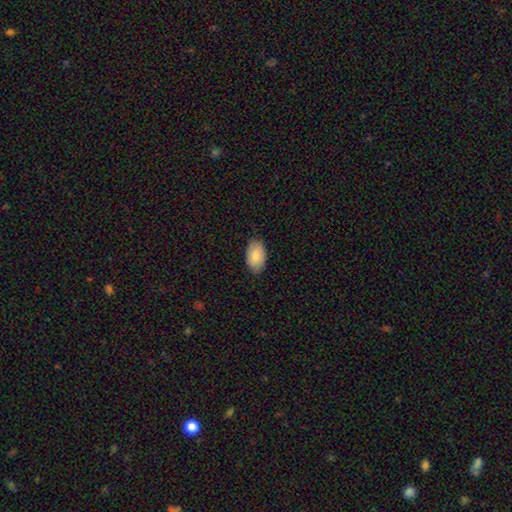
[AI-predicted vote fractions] Smooth or featured? smooth (82%)
How rounded? in between (94%)
Merging? none (84%)